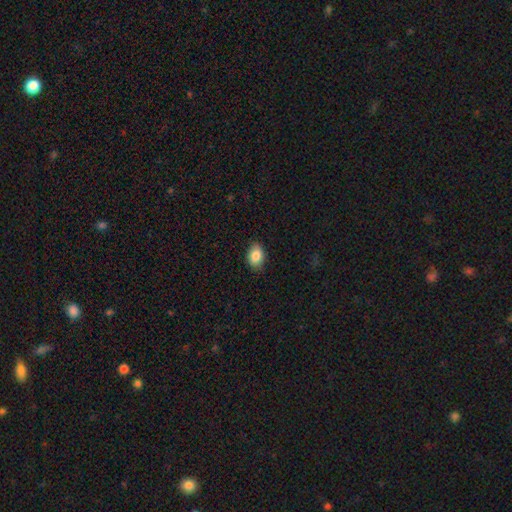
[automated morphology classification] Smooth or featured: smooth — 86% (star or artifact — 8%)
How rounded: in between — 79% (round — 20%)
Merging: none — 86% (minor disturbance — 11%)